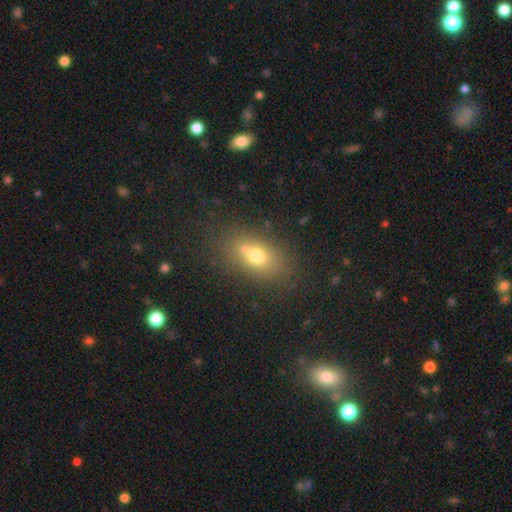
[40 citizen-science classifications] Smooth or featured? smooth (70%)
How rounded? in between (82%)
Merging? none (63%)